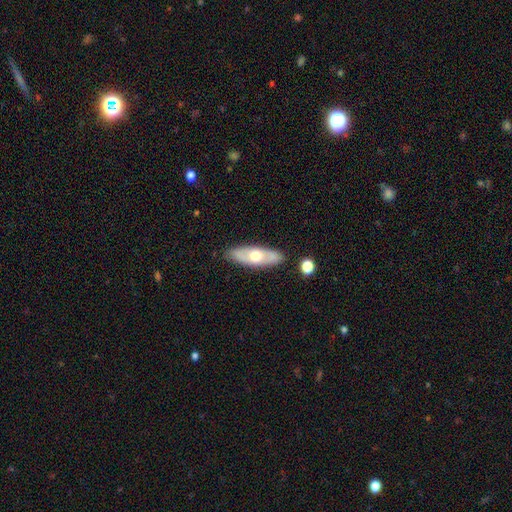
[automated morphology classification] A smooth galaxy with no disk features (49%). Merging: none (83%).